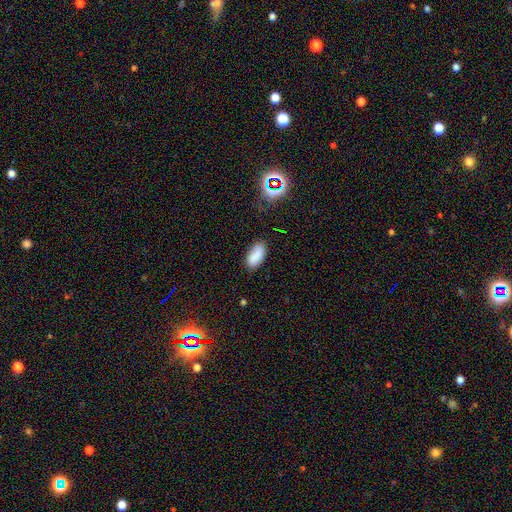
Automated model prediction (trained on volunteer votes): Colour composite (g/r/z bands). It shows a smooth galaxy with no disk features (82%) that is in between round and cigar-shaped (92%). Merging: none (71%).